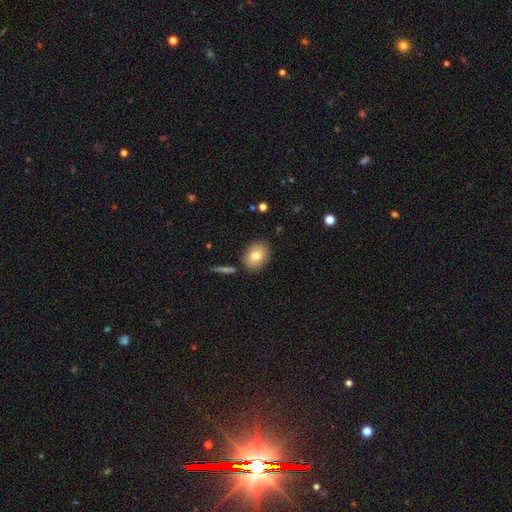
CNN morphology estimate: Smooth or featured?
  - smooth: 77% *
  - featured or disk: 14%
  - star or artifact: 8%
How rounded?
  - in between: 64% *
  - round: 35%
  - cigar-shaped: 1%
Merging?
  - none: 83% *
  - minor disturbance: 11%
  - merger: 4%
  - major disturbance: 3%